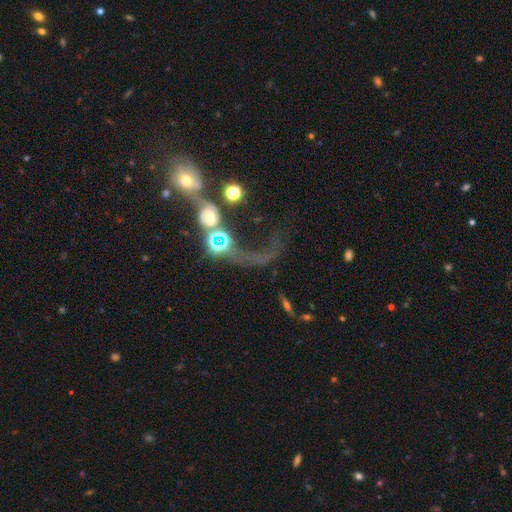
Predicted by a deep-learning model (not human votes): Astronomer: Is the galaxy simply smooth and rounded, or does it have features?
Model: featured or disk — 53%.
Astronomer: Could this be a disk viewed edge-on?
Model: no — 92%.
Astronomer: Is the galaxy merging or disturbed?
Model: merger — 57%.